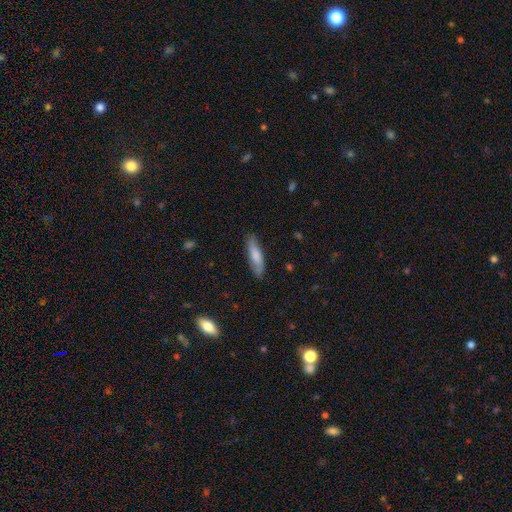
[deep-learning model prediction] smooth_or_featured: smooth (p=0.75) [alt: featured or disk p=0.19]
how_rounded: cigar-shaped (p=0.65) [alt: in between p=0.33]
merging: none (p=0.81) [alt: minor disturbance p=0.15]